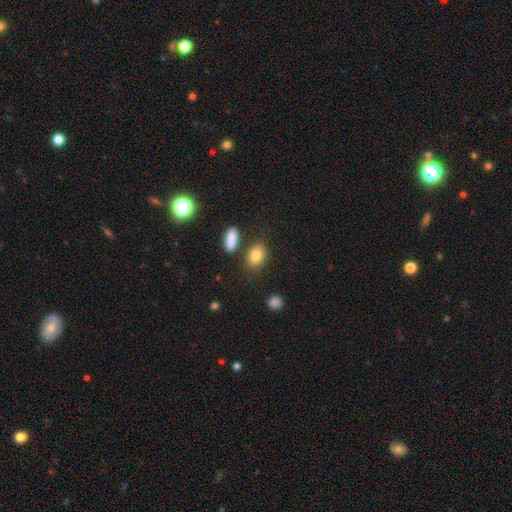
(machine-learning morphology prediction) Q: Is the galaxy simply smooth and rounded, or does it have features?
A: smooth — 82%.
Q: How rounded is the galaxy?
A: in between — 72%.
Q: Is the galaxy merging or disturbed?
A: none — 76%.